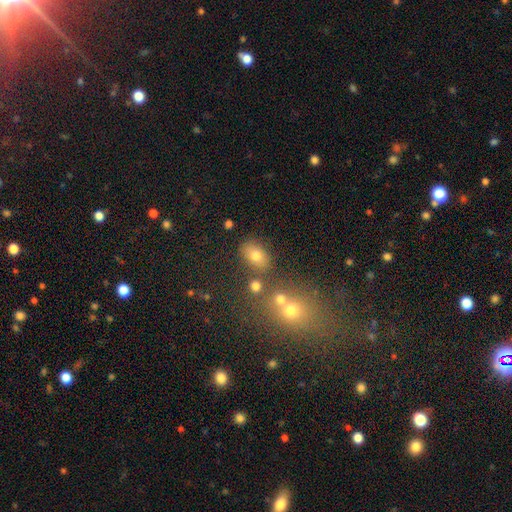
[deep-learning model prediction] The model was most divided on "smooth or featured": smooth: 73%, star or artifact: 14%, featured or disk: 13%. More confident: how rounded — in between (79%); merging — none (72%).